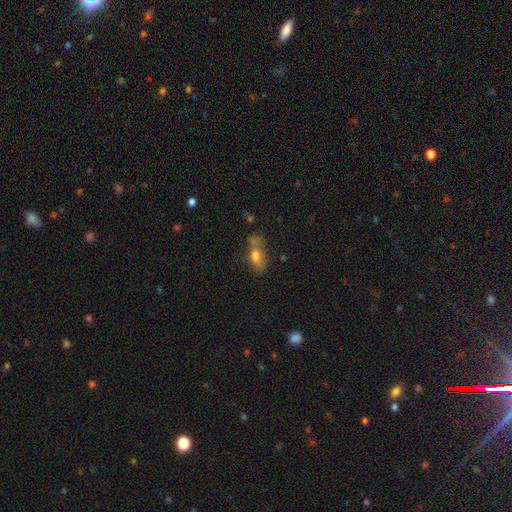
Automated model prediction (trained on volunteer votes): A smooth galaxy with no disk features (64%) that is in between round and cigar-shaped (77%).

Vote fractions:
- Smooth or featured? smooth: 64% / featured or disk: 22% / star or artifact: 14%
- How rounded? in between: 77% / cigar-shaped: 14% / round: 9%
- Merging? none: 38% / merger: 27% / minor disturbance: 20% / major disturbance: 15%